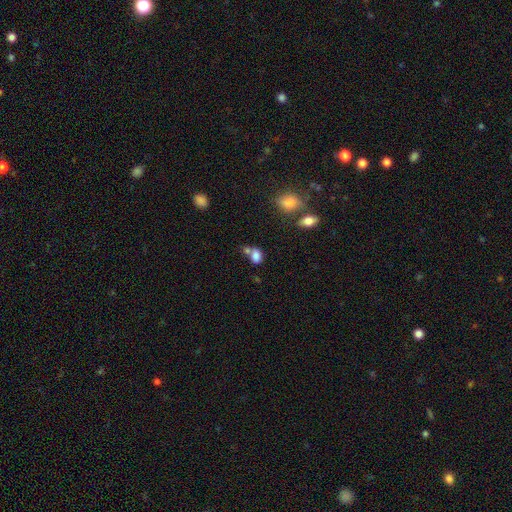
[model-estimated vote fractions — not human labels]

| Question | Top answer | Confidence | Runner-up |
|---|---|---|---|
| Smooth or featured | smooth | 81% | star or artifact (11%) |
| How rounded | in between | 77% | round (21%) |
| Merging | none | 41% | merger (40%) |